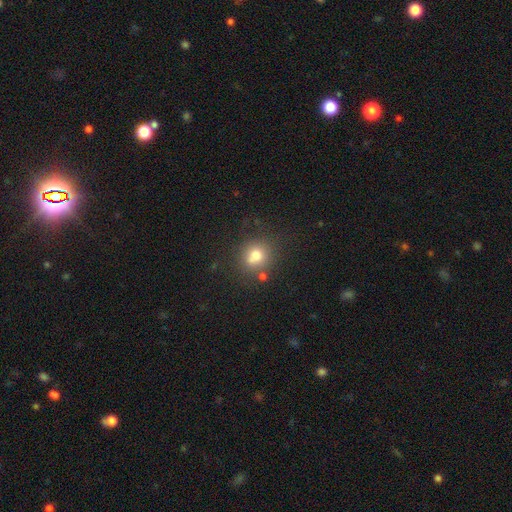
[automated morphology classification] Overall: smooth (75%). How rounded: round (81%). Merging: none (67%).